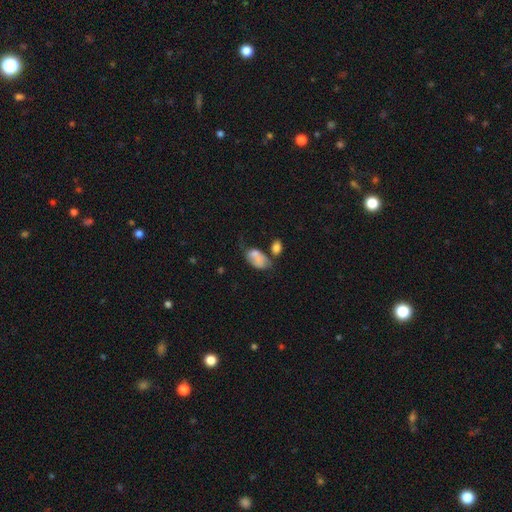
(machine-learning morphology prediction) smooth 74%, featured or disk 17%, star or artifact 9%. Down the decision tree: how rounded — in between (90%); merging — none (28%, tied with merger).